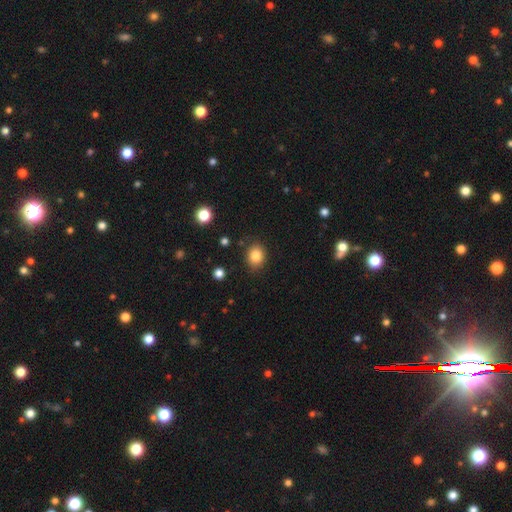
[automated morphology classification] smooth 84%, star or artifact 10%, featured or disk 6%. Down the decision tree: how rounded — round (58%); merging — none (85%).